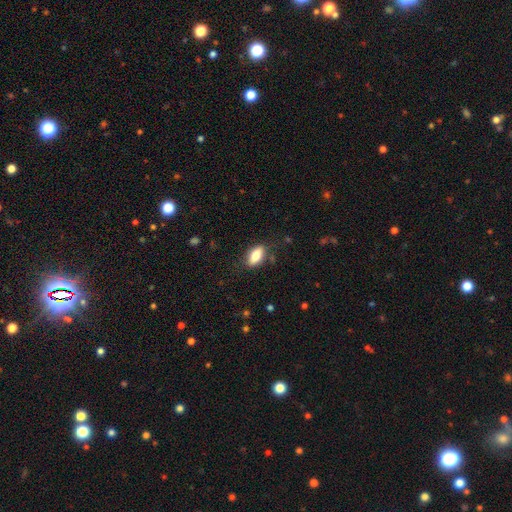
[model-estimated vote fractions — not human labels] This is likely a smooth galaxy (77%). How rounded: clearly in between (85%). Merging: clearly none (81%).